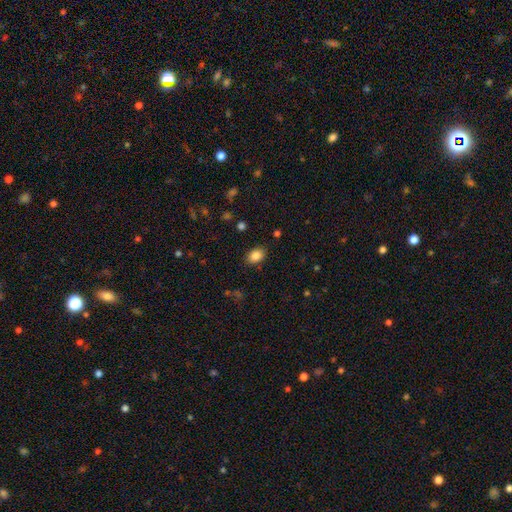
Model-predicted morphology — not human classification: Smooth or featured: smooth — 86% (star or artifact — 9%)
How rounded: in between — 78% (round — 21%)
Merging: none — 86% (minor disturbance — 10%)